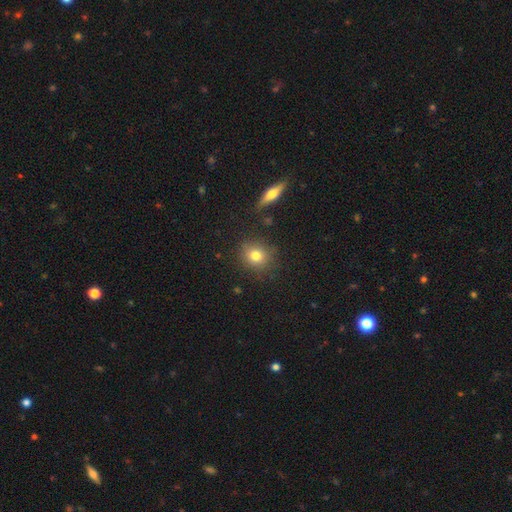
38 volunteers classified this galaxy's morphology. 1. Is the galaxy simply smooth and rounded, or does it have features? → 87% smooth, 11% featured or disk, 3% star or artifact.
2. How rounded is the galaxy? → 70% round, 30% in between, 0% cigar-shaped.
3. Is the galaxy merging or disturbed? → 95% none, 3% major disturbance, 3% merger, 0% minor disturbance.